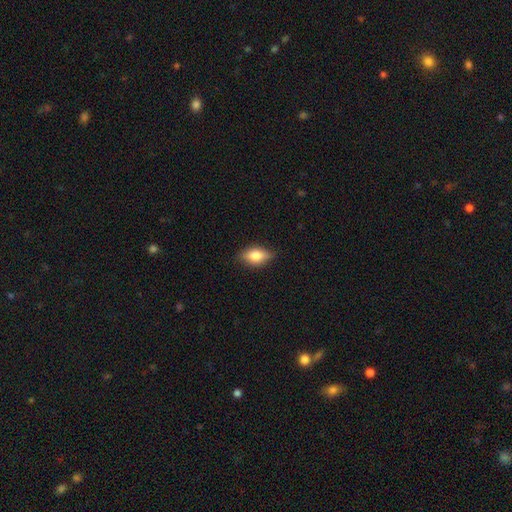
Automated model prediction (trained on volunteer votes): A smooth galaxy with no disk features (71%) that is in between round and cigar-shaped (82%).

Vote fractions:
- Smooth or featured? smooth: 71% / featured or disk: 21% / star or artifact: 8%
- How rounded? in between: 82% / round: 11% / cigar-shaped: 6%
- Merging? none: 80% / minor disturbance: 16% / major disturbance: 3% / merger: 1%